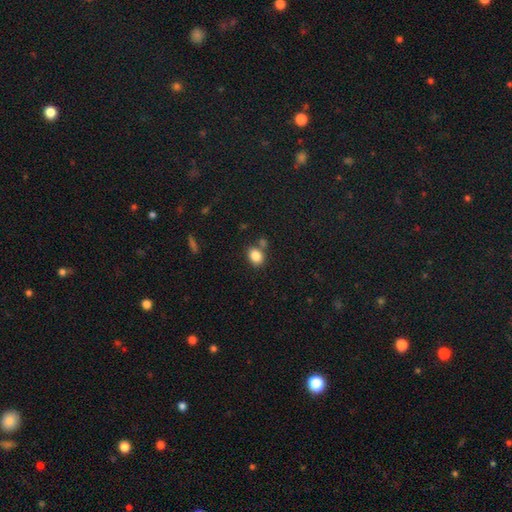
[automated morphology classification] A smooth galaxy with no disk features (85%) that is in between round and cigar-shaped (60%). Merging: none (67%).